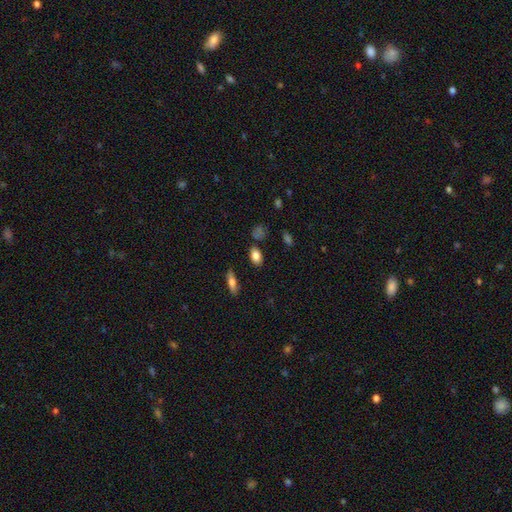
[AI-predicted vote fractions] smooth_or_featured: smooth (p=0.82) [alt: featured or disk p=0.09]
how_rounded: in between (p=0.85) [alt: round p=0.11]
merging: none (p=0.81) [alt: minor disturbance p=0.12]